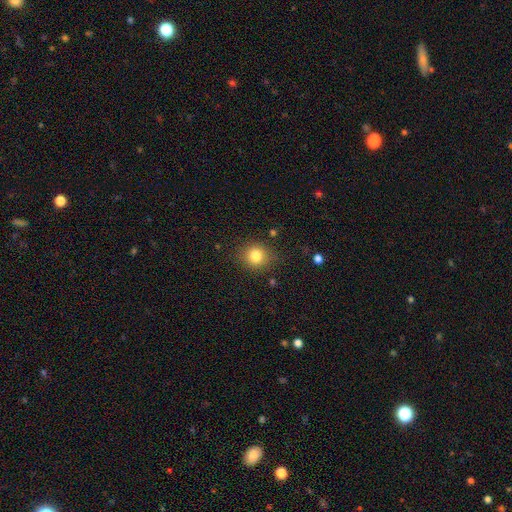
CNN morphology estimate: smooth 81%, star or artifact 12%, featured or disk 7%. Down the decision tree: how rounded — round (83%); merging — none (84%).